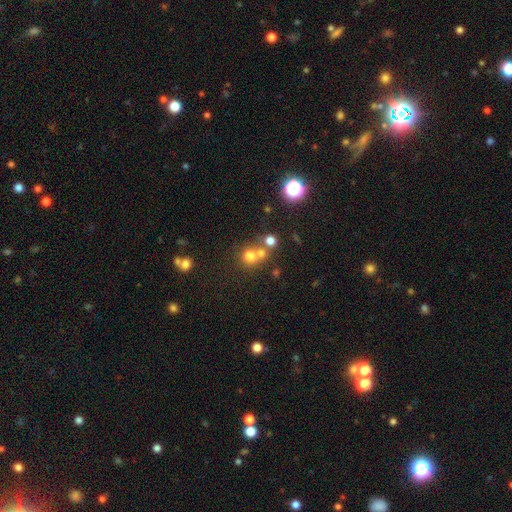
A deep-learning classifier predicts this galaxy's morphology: This is likely a smooth galaxy (66%). How rounded: clearly round (84%). Merging: possibly none (47%).